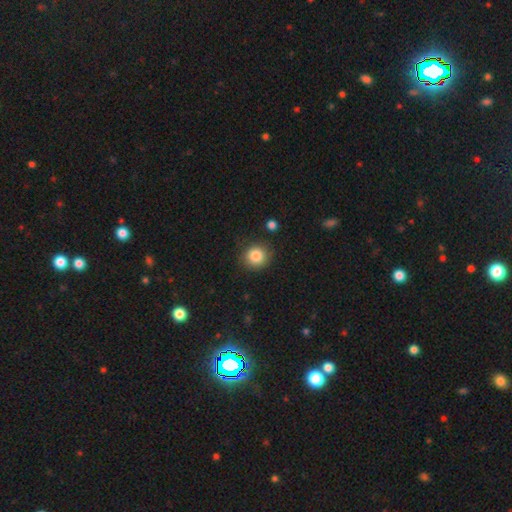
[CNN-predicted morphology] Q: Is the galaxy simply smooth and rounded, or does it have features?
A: smooth — 85%.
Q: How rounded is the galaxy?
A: round — 89%.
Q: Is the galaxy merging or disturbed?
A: none — 85%.